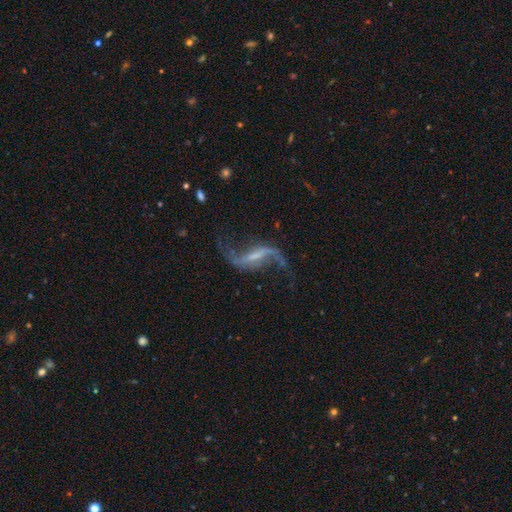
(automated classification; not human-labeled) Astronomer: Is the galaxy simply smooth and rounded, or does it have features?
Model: featured or disk — 89%.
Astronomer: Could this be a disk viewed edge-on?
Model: no — 94%.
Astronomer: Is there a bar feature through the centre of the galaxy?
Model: strong — 50% (runner-up: weak, 37%).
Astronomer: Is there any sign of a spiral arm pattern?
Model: yes — 95%.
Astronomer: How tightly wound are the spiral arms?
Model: loose — 92%.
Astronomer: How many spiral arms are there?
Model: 2 — 93%.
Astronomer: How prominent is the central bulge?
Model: small — 45% (runner-up: none, 36%).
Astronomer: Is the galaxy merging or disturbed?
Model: none — 71%.